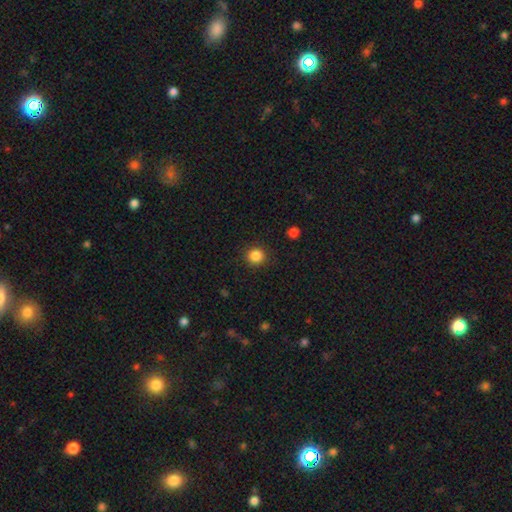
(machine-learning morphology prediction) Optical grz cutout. It shows a smooth galaxy with no disk features (85%) that is round (93%). Merging: none (91%).